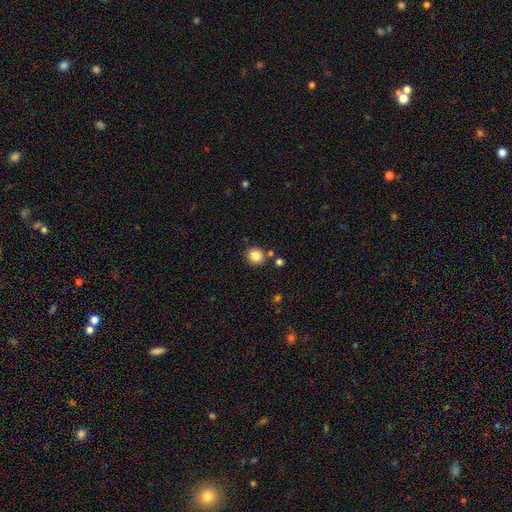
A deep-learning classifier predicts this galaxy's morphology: smooth-or-featured: smooth: 85% | star or artifact: 10% | featured or disk: 5%
  how-rounded: round: 91% | in between: 9% | cigar-shaped: 1%
  merging: none: 83% | minor disturbance: 8% | merger: 7% | major disturbance: 2%